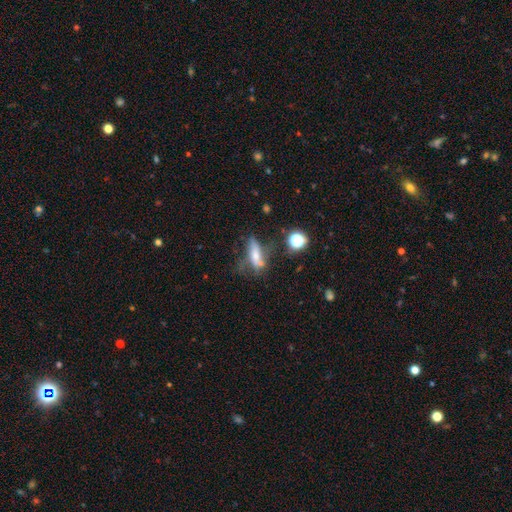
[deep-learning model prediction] A smooth galaxy with no disk features (48%).

Vote fractions:
- Smooth or featured? smooth: 48% / featured or disk: 39% / star or artifact: 13%
- Merging? none: 38% / major disturbance: 26% / minor disturbance: 26% / merger: 10%